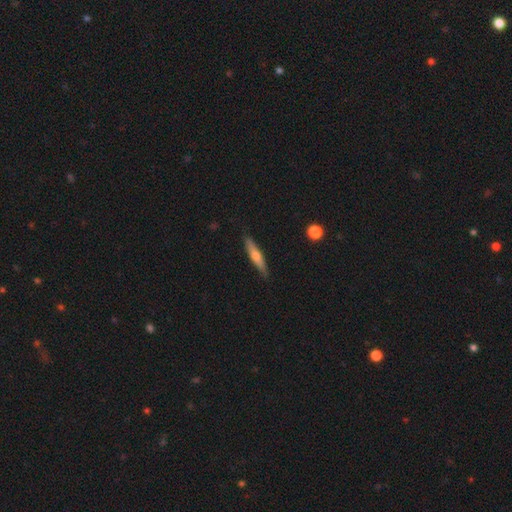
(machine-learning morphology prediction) A smooth galaxy with no disk features (54%) that is cigar-shaped (86%).

Vote fractions:
- Smooth or featured? smooth: 54% / featured or disk: 40% / star or artifact: 6%
- How rounded? cigar-shaped: 86% / in between: 13% / round: 2%
- Merging? none: 88% / minor disturbance: 10% / major disturbance: 2% / merger: 1%